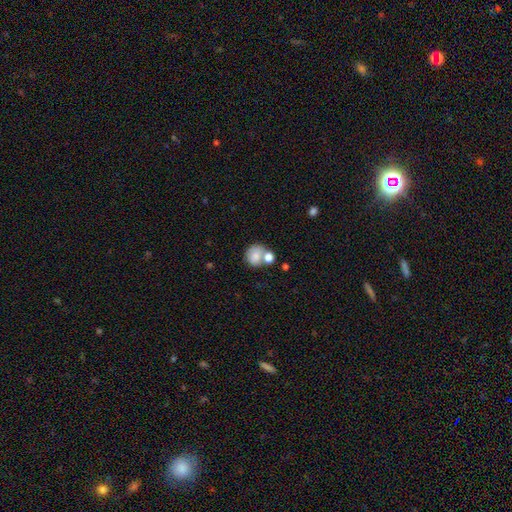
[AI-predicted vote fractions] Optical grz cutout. It shows a smooth galaxy with no disk features (77%) that is round (76%). Merging: none (41%).